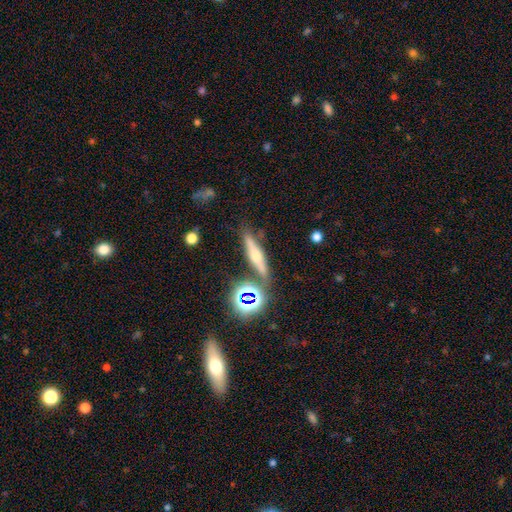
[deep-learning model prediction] This is possibly a featured or disk galaxy (54%). It is clearly viewed edge-on (89%). Merging: likely none (78%).